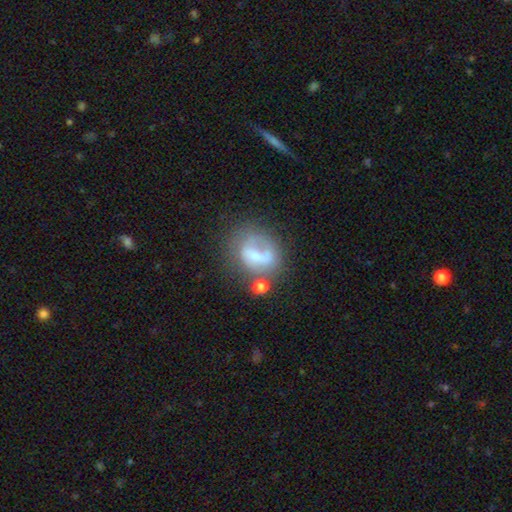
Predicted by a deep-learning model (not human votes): Smooth or featured? featured or disk (48%)
Merging? none (42%)